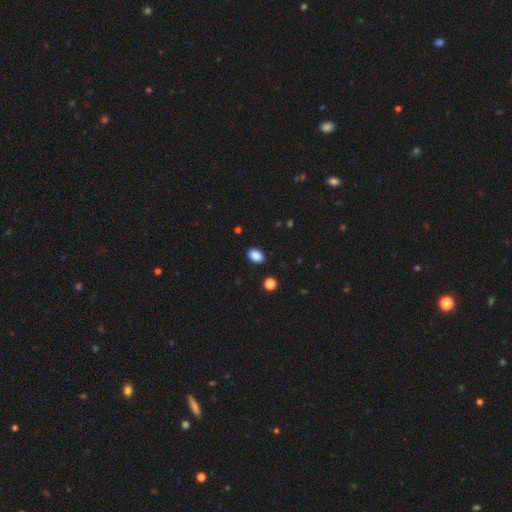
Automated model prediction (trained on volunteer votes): This appears to be a smooth galaxy with no disk features (88%) that is in between round and cigar-shaped (88%). Merging: none (89%).